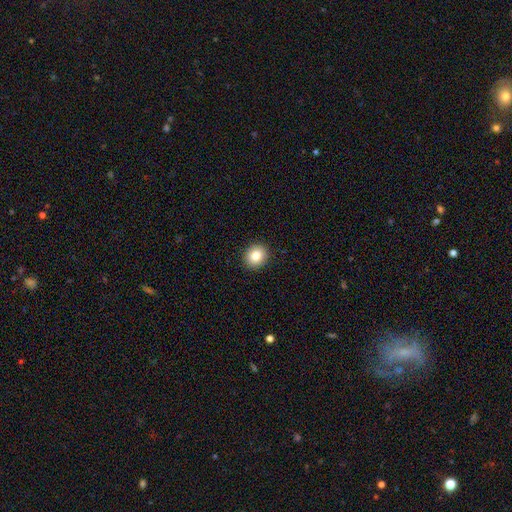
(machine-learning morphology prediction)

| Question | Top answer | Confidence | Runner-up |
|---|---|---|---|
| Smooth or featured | smooth | 83% | star or artifact (10%) |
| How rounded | round | 75% | in between (24%) |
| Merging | none | 92% | minor disturbance (5%) |